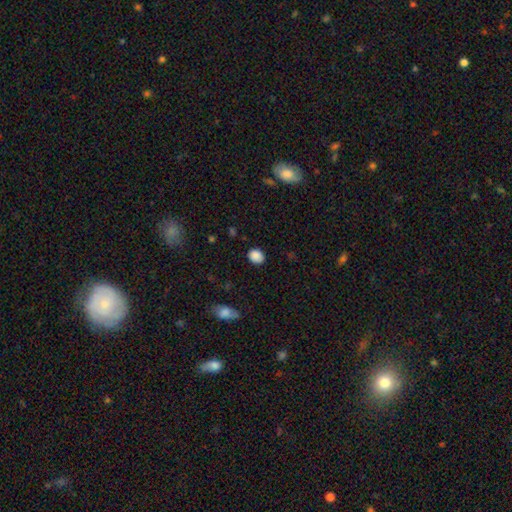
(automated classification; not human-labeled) The model was most divided on "how rounded": round: 60%, in between: 39%, cigar-shaped: 1%. More confident: smooth or featured — smooth (87%); merging — none (85%).